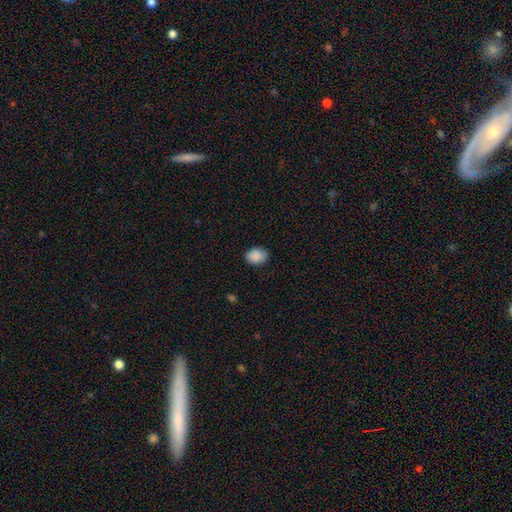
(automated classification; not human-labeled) The model was most divided on "how rounded": in between: 60%, round: 39%, cigar-shaped: 1%. More confident: smooth or featured — smooth (89%); merging — none (84%).